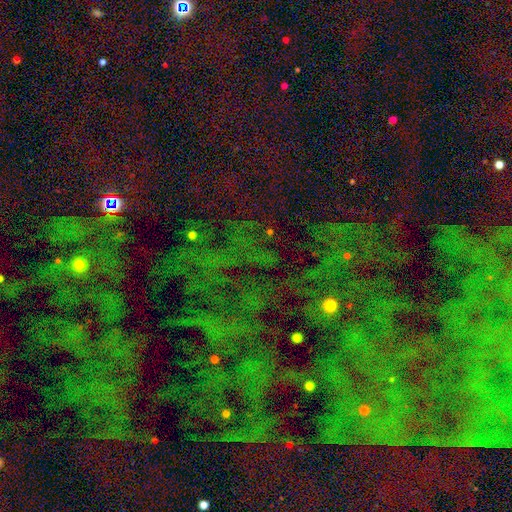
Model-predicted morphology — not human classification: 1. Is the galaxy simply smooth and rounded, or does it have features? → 81% star or artifact, 11% smooth, 8% featured or disk.